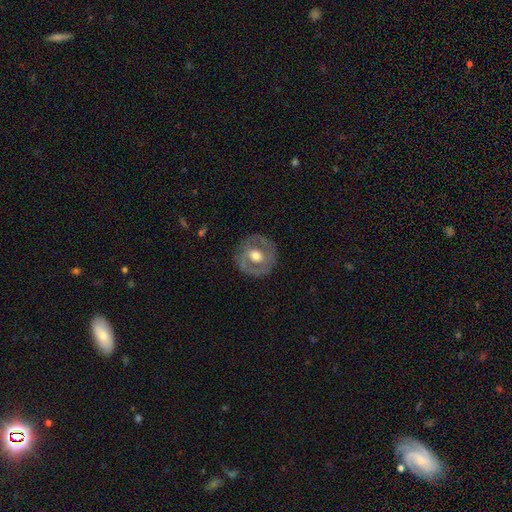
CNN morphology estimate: Q: Smooth or featured?
A: featured or disk (62%); runner-up: smooth (32%)
Q: Edge-on disk?
A: no (96%); runner-up: yes (4%)
Q: Bar?
A: no (58%); runner-up: weak (31%)
Q: Spiral arms?
A: no (57%); runner-up: yes (43%)
Q: Bulge size?
A: moderate (67%); runner-up: large (24%)
Q: Merging?
A: none (82%); runner-up: minor disturbance (12%)